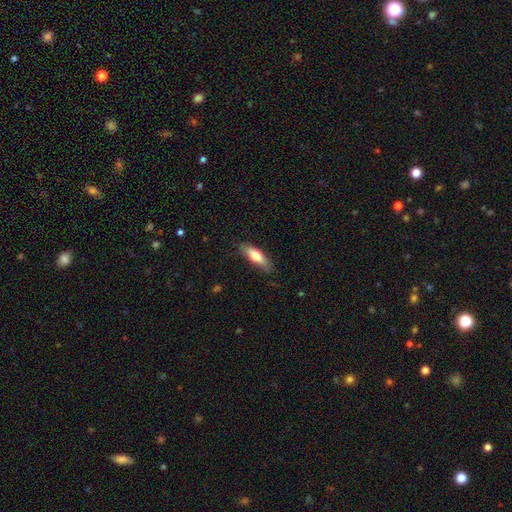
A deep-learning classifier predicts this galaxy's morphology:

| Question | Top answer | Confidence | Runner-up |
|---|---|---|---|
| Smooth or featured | smooth | 72% | featured or disk (22%) |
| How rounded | in between | 49% | tied: cigar-shaped (49%) |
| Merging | none | 78% | minor disturbance (17%) |